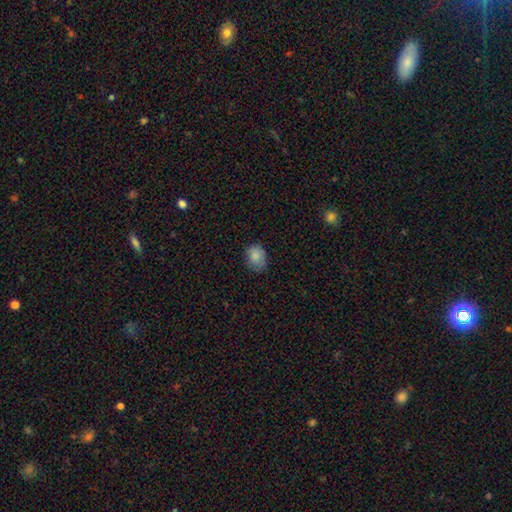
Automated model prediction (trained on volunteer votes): smooth 85%, star or artifact 9%, featured or disk 7%. Down the decision tree: how rounded — in between (53%); merging — none (71%).